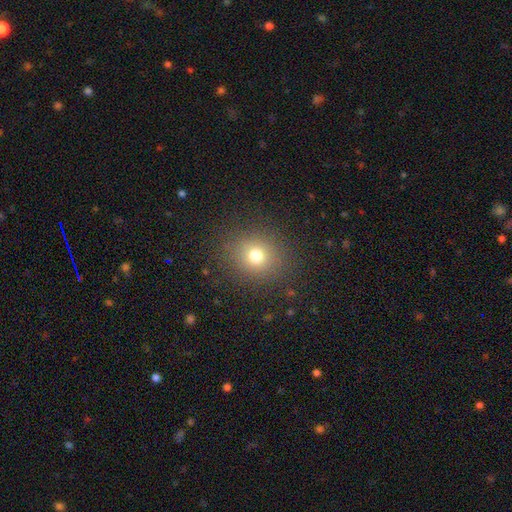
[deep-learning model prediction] Smooth or featured?
  - smooth: 73% *
  - star or artifact: 18%
  - featured or disk: 9%
How rounded?
  - round: 85% *
  - in between: 14%
  - cigar-shaped: 1%
Merging?
  - none: 87% *
  - minor disturbance: 8%
  - major disturbance: 4%
  - merger: 1%